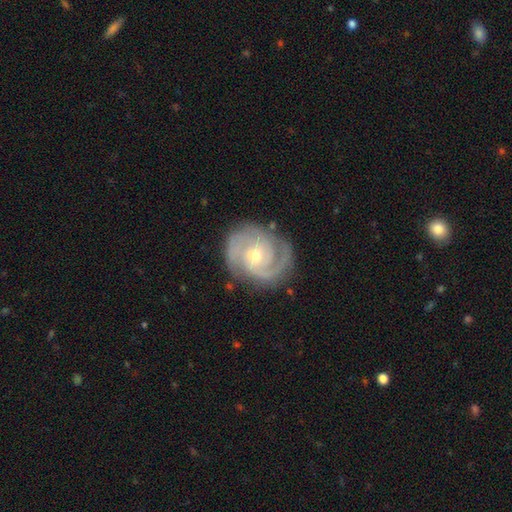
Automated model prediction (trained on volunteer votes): featured or disk 91%, smooth 5%, star or artifact 4%. Down the decision tree: edge-on disk — no (98%); bar — no (56%); spiral arms — yes (98%); spiral arm count — 2 (45%); spiral winding — tight (62%); bulge size — small (51%); merging — none (78%).